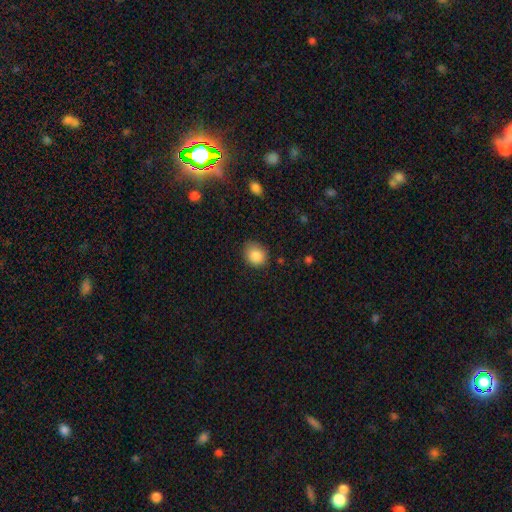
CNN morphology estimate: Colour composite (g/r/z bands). It shows a smooth galaxy with no disk features (87%) that is round (68%). Merging: none (73%).